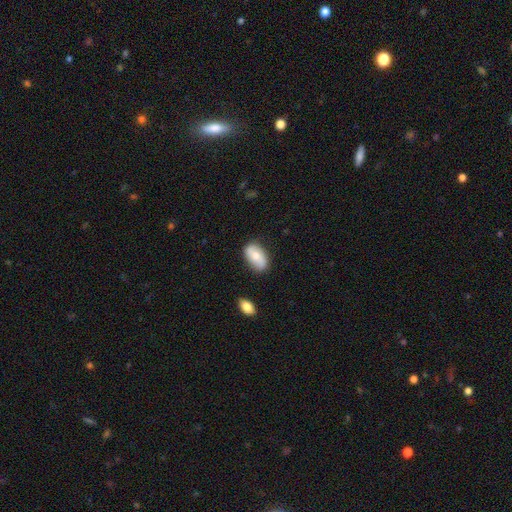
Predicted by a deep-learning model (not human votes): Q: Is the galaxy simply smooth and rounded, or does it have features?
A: smooth — 63%.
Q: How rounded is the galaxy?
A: in between — 92%.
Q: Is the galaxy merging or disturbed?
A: none — 77%.